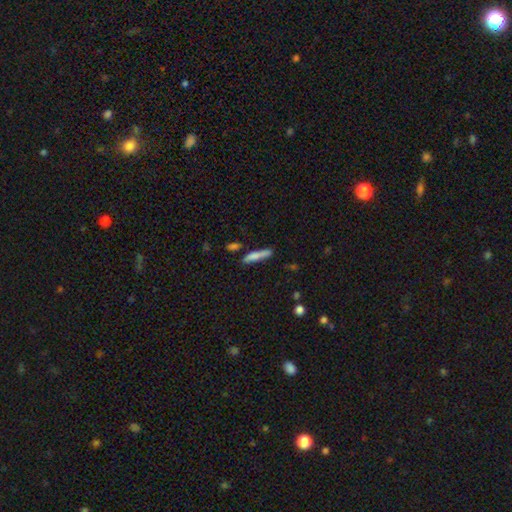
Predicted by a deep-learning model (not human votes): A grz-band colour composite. It shows a smooth galaxy with no disk features (74%) that is cigar-shaped (87%). Merging: none (72%).